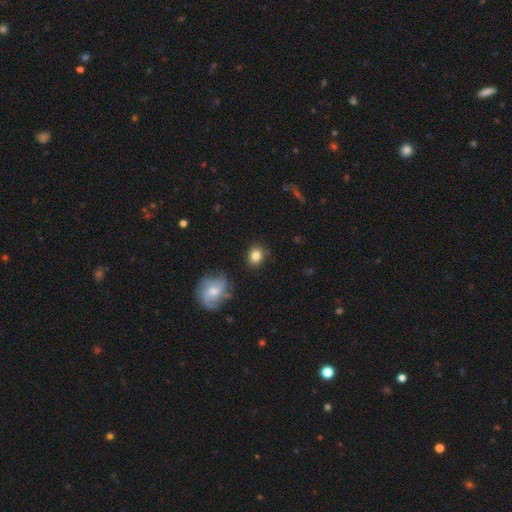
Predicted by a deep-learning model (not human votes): smooth 81%, featured or disk 10%, star or artifact 9%. Down the decision tree: how rounded — round (64%); merging — none (81%).